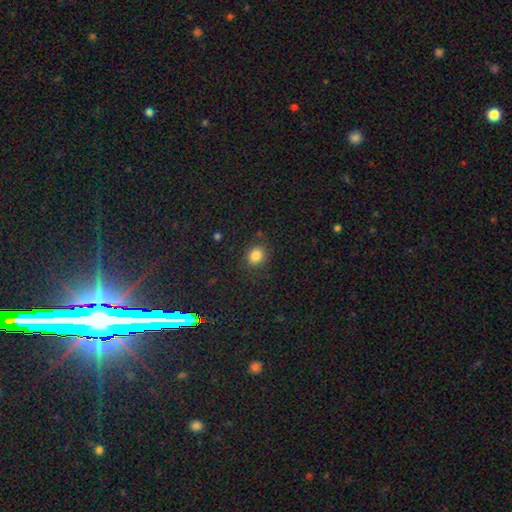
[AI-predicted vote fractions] Smooth or featured? smooth (83%)
How rounded? round (67%)
Merging? none (84%)